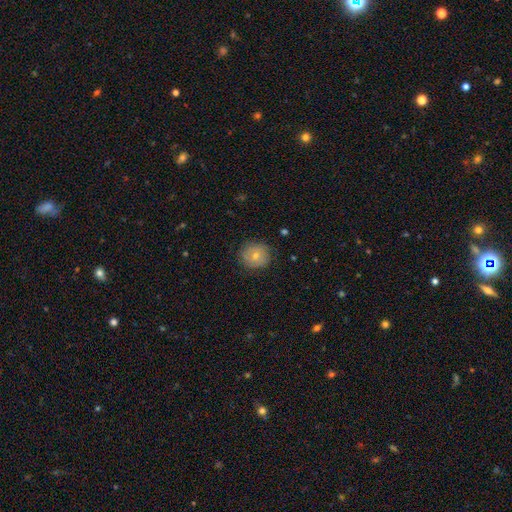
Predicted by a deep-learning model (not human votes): This appears to be a smooth galaxy with no disk features (66%) that is round (89%). Merging: none (82%).